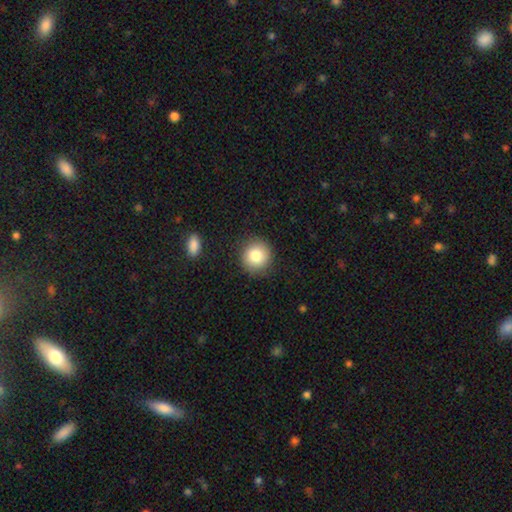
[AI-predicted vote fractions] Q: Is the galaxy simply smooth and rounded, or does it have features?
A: smooth — 81%.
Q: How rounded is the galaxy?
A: round — 91%.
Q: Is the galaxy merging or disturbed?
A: none — 88%.